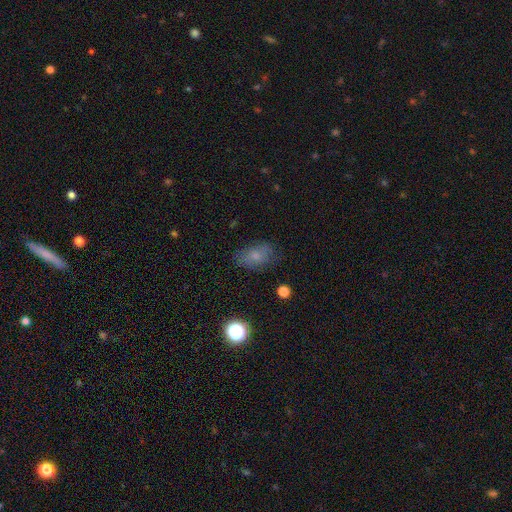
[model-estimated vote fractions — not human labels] Smooth or featured?
  - smooth: 71% *
  - featured or disk: 16%
  - star or artifact: 13%
How rounded?
  - in between: 87% *
  - round: 10%
  - cigar-shaped: 3%
Merging?
  - none: 73% *
  - minor disturbance: 19%
  - major disturbance: 6%
  - merger: 2%